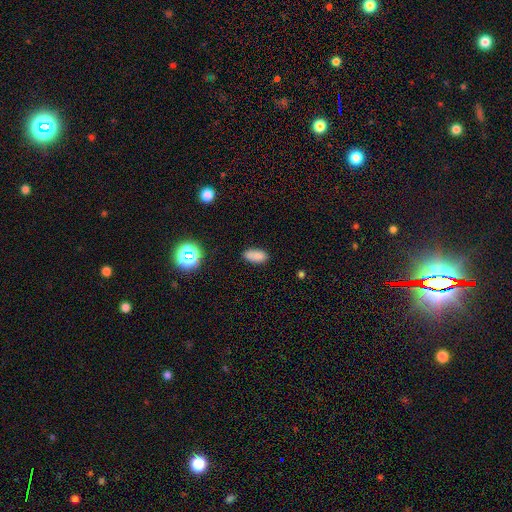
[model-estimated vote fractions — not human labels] Q: Smooth or featured?
A: smooth (83%); runner-up: star or artifact (12%)
Q: How rounded?
A: in between (88%); runner-up: cigar-shaped (8%)
Q: Merging?
A: none (82%); runner-up: minor disturbance (13%)